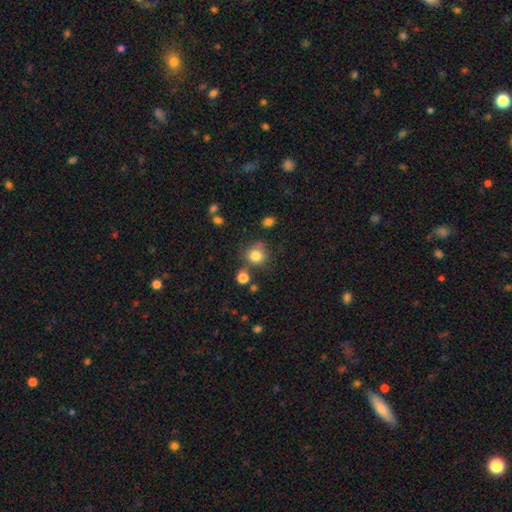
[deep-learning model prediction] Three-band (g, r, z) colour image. It shows a smooth galaxy with no disk features (82%) that is round (88%). Merging: none (72%).